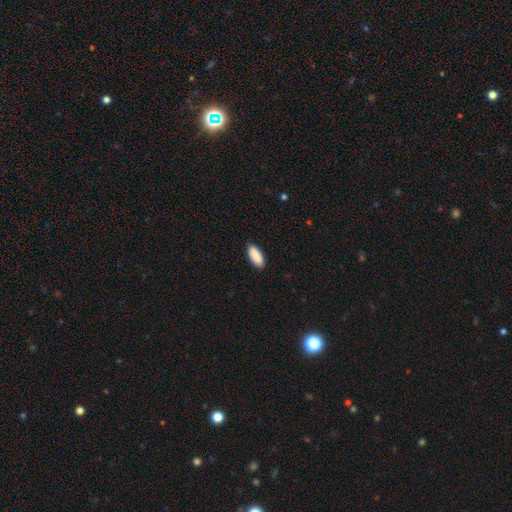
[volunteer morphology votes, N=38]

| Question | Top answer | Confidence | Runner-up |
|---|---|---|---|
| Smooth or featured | smooth | 100% | — |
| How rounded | in between | 82% | cigar-shaped (18%) |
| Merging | none | 97% | minor disturbance (3%) |